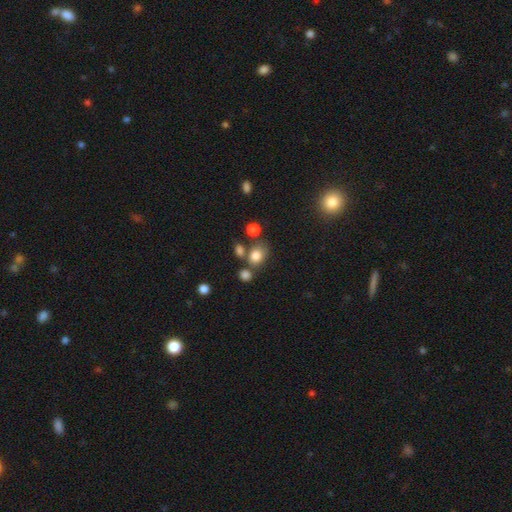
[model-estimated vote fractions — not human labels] Q: Smooth or featured?
A: smooth (79%); runner-up: star or artifact (12%)
Q: How rounded?
A: round (50%); runner-up: in between (49%)
Q: Merging?
A: none (56%); runner-up: merger (21%)